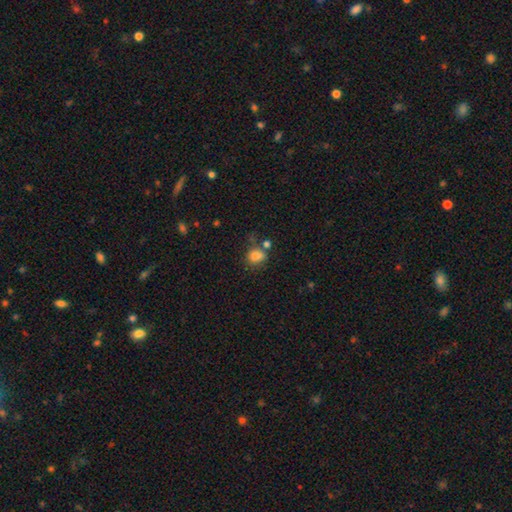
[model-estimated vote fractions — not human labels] A smooth galaxy with no disk features (79%) that is round (55%).

Vote fractions:
- Smooth or featured? smooth: 79% / star or artifact: 12% / featured or disk: 9%
- How rounded? round: 55% / in between: 44% / cigar-shaped: 1%
- Merging? none: 48% / minor disturbance: 22% / merger: 20% / major disturbance: 10%